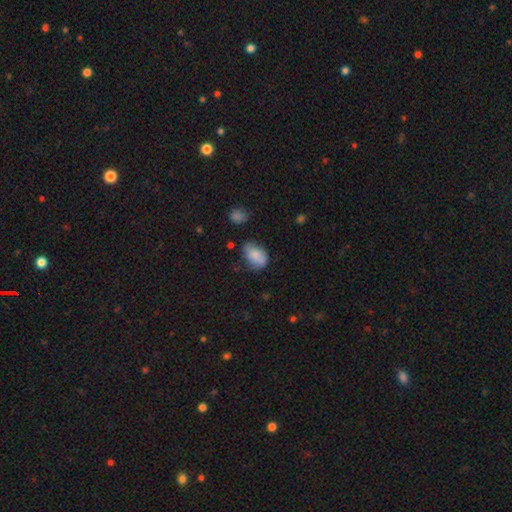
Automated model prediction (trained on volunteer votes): Smooth or featured? smooth (79%)
How rounded? in between (86%)
Merging? none (52%)